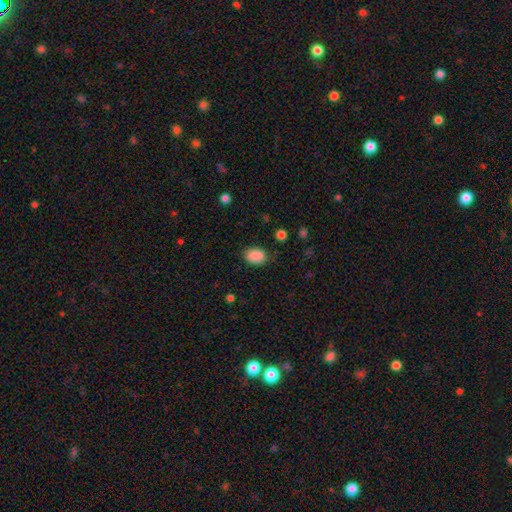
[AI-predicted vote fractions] smooth-or-featured: smooth: 89% | star or artifact: 8% | featured or disk: 3%
  how-rounded: in between: 78% | round: 21% | cigar-shaped: 1%
  merging: none: 81% | minor disturbance: 15% | major disturbance: 4% | merger: 1%